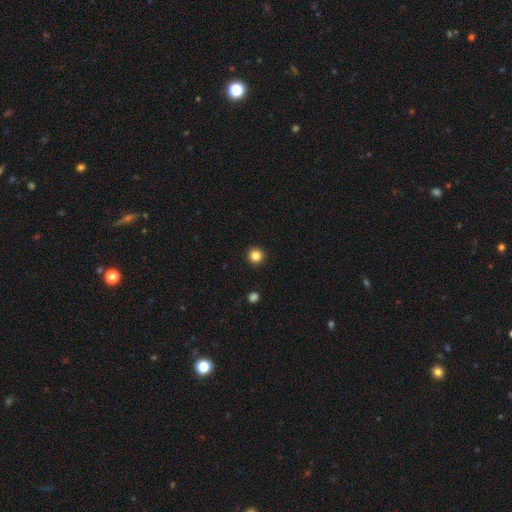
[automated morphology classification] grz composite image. It shows a smooth galaxy with no disk features (85%) that is round (96%). Merging: none (93%).